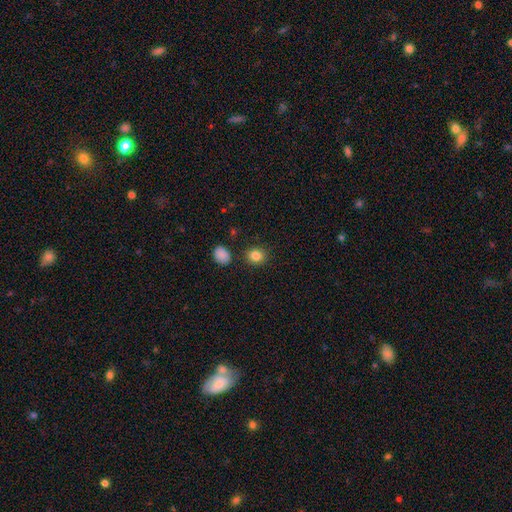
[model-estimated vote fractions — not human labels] The model was most divided on "how rounded": round: 73%, in between: 26%, cigar-shaped: 1%. More confident: merging — none (86%); smooth or featured — smooth (85%).